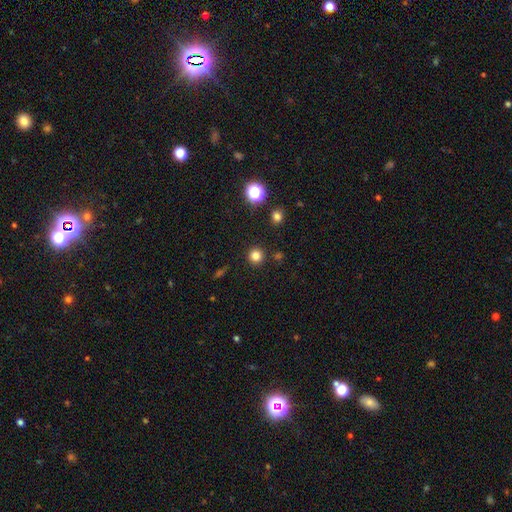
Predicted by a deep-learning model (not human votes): smooth 81%, star or artifact 15%, featured or disk 5%. Down the decision tree: how rounded — round (95%); merging — none (91%).